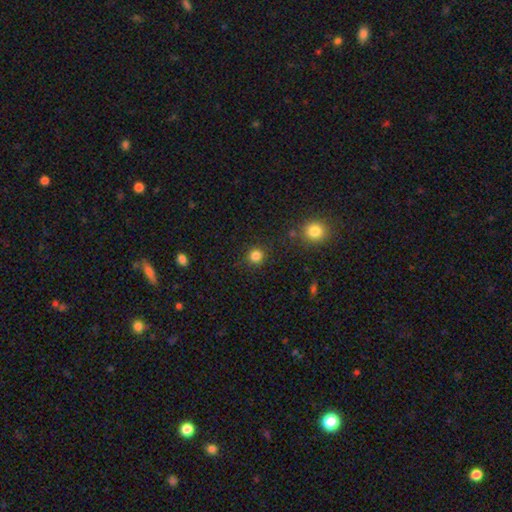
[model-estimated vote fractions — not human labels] smooth 83%, star or artifact 13%, featured or disk 4%. Down the decision tree: how rounded — round (92%); merging — none (87%).